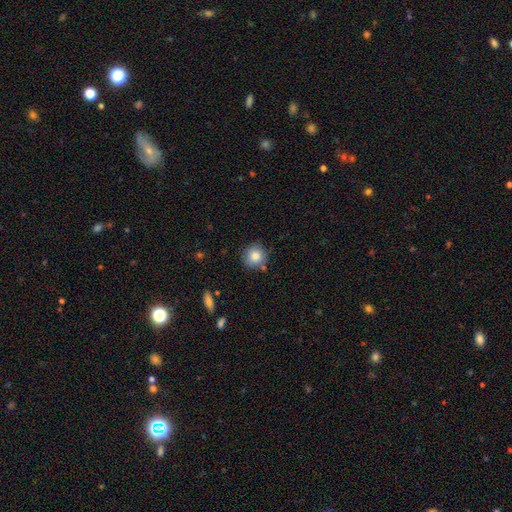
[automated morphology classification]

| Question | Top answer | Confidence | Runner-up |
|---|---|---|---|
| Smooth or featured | smooth | 83% | star or artifact (9%) |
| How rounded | round | 92% | in between (7%) |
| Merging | none | 83% | minor disturbance (11%) |